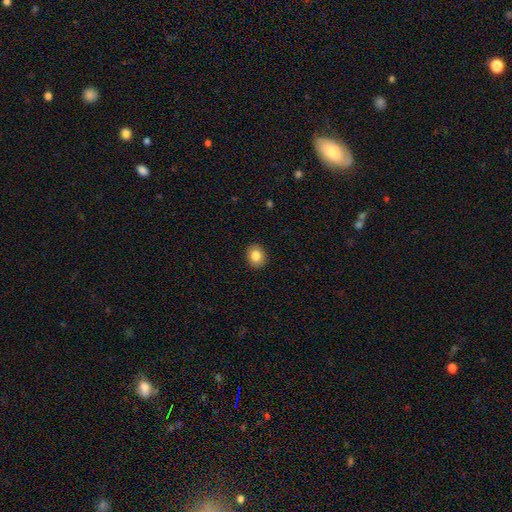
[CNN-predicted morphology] Q: Smooth or featured?
A: smooth (83%); runner-up: star or artifact (9%)
Q: How rounded?
A: round (63%); runner-up: in between (36%)
Q: Merging?
A: none (91%); runner-up: minor disturbance (6%)